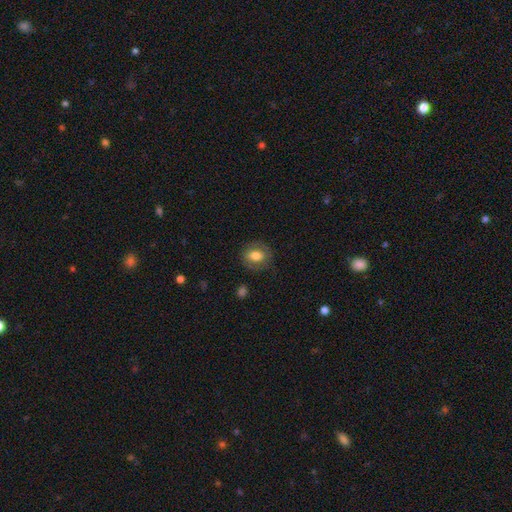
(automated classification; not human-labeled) smooth 69%, featured or disk 23%, star or artifact 8%. Down the decision tree: how rounded — round (54%); merging — none (81%).